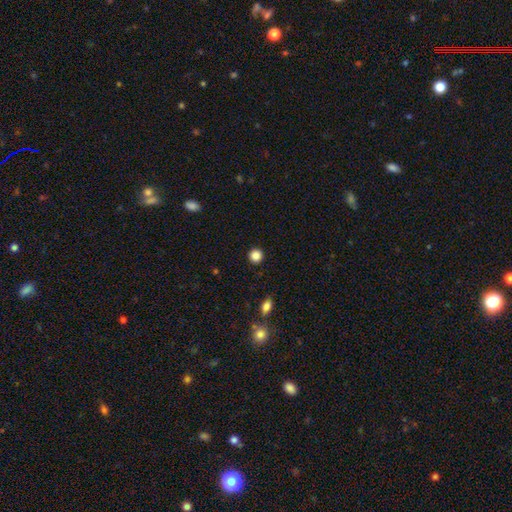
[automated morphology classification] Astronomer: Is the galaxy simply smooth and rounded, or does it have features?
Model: smooth — 86%.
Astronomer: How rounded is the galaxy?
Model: round — 94%.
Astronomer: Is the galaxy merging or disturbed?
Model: none — 92%.